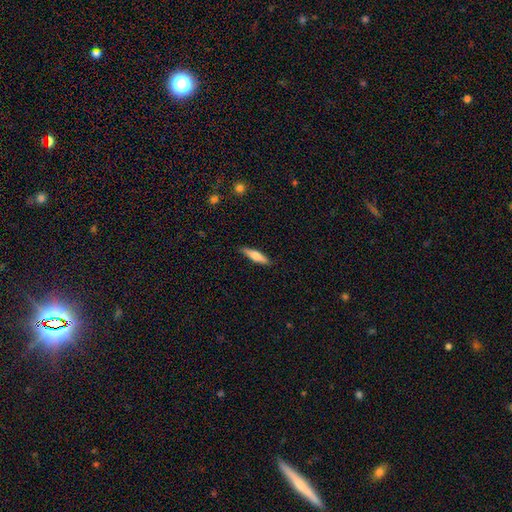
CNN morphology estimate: A smooth galaxy with no disk features (60%) that is cigar-shaped (78%). Merging: none (88%).